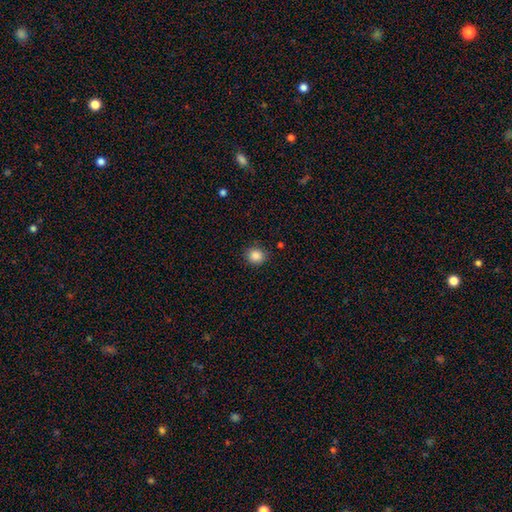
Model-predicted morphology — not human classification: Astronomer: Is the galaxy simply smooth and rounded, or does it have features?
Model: smooth — 87%.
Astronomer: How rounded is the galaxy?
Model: round — 82%.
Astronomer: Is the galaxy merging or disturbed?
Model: none — 87%.